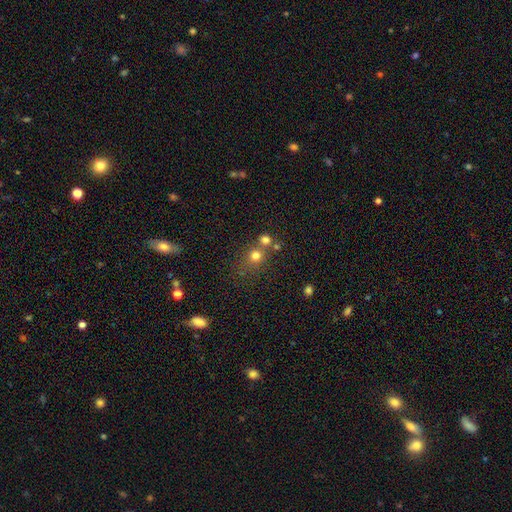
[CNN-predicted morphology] A smooth galaxy with no disk features (74%) that is round (85%). Merging: none (55%).